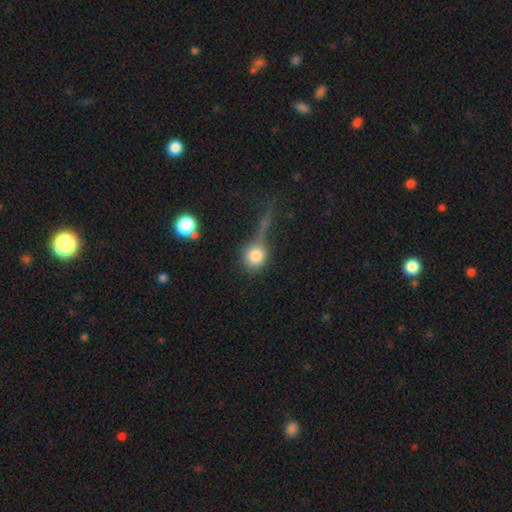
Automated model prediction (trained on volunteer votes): smooth_or_featured: smooth (p=0.76) [alt: featured or disk p=0.12]
how_rounded: round (p=0.80) [alt: in between p=0.18]
merging: none (p=0.39) [alt: major disturbance p=0.27]